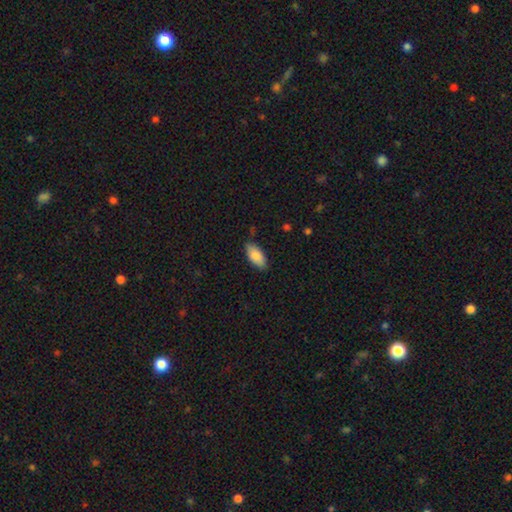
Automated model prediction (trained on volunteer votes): smooth 85%, featured or disk 9%, star or artifact 6%. Down the decision tree: how rounded — in between (91%); merging — none (80%).